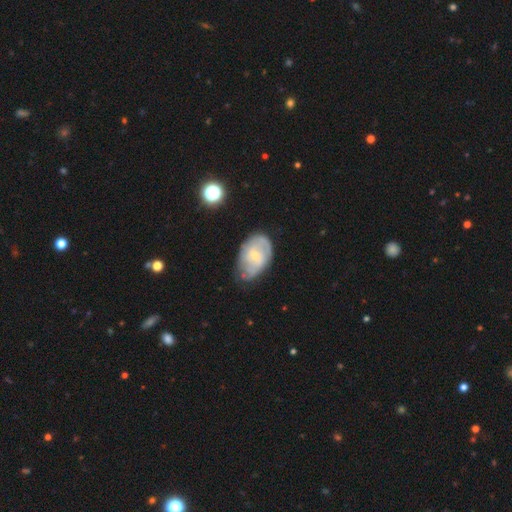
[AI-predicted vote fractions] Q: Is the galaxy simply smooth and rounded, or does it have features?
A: featured or disk — 62%.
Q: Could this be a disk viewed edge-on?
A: no — 96%.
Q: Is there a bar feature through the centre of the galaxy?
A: no — 58%.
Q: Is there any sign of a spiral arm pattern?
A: yes — 77%.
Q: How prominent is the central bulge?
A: small — 68%.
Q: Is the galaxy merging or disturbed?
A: none — 52%.